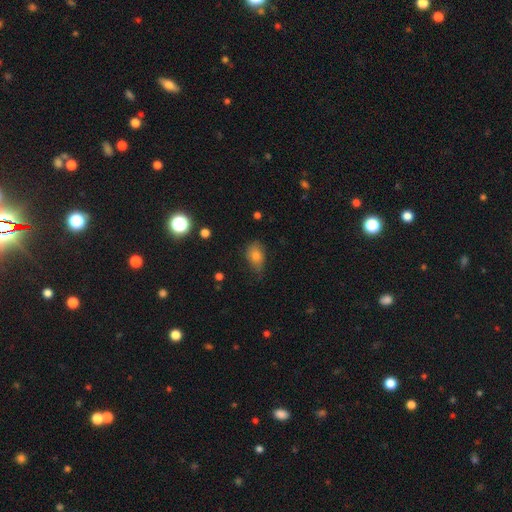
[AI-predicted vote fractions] A smooth galaxy with no disk features (74%) that is in between round and cigar-shaped (76%).

Vote fractions:
- Smooth or featured? smooth: 74% / star or artifact: 13% / featured or disk: 12%
- How rounded? in between: 76% / round: 21% / cigar-shaped: 2%
- Merging? none: 53% / minor disturbance: 36% / major disturbance: 9% / merger: 2%